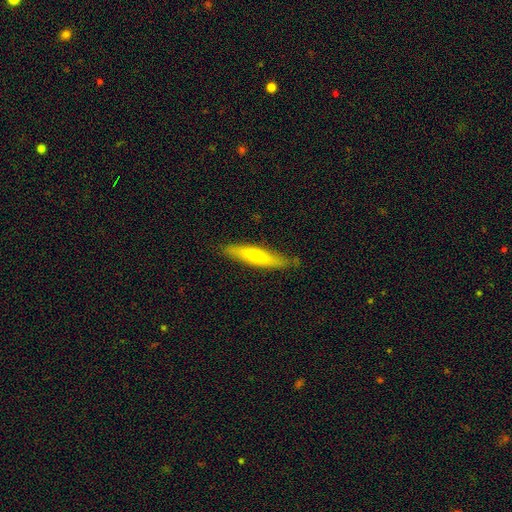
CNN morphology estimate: Smooth or featured: smooth — 55% (featured or disk — 40%)
How rounded: cigar-shaped — 87% (in between — 12%)
Merging: none — 82% (minor disturbance — 14%)